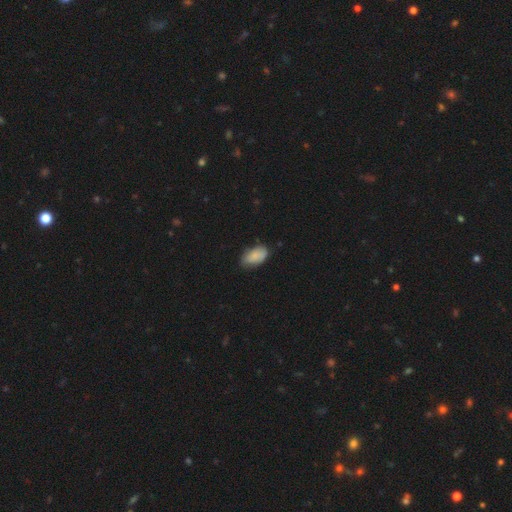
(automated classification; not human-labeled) Q: Smooth or featured?
A: smooth (86%); runner-up: featured or disk (8%)
Q: How rounded?
A: in between (94%); runner-up: round (4%)
Q: Merging?
A: none (72%); runner-up: minor disturbance (23%)